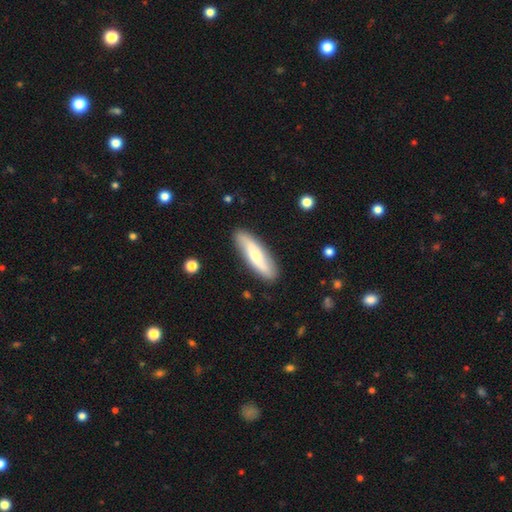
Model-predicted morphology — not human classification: smooth-or-featured: smooth: 52% | featured or disk: 43% | star or artifact: 5%
  how-rounded: cigar-shaped: 64% | in between: 34% | round: 2%
  merging: none: 86% | minor disturbance: 10% | major disturbance: 2% | merger: 2%